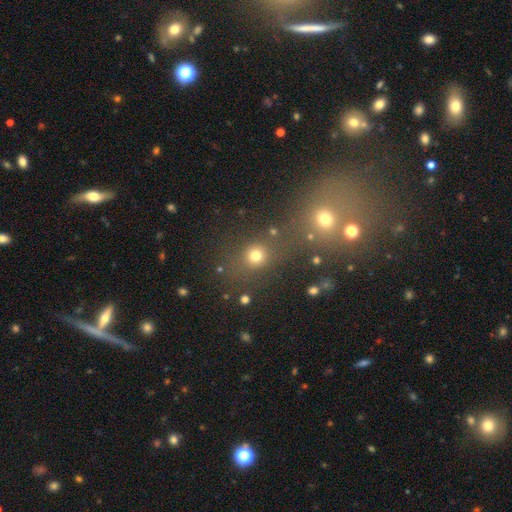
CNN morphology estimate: Smooth or featured?
  - smooth: 73% *
  - star or artifact: 19%
  - featured or disk: 8%
How rounded?
  - round: 81% *
  - in between: 17%
  - cigar-shaped: 2%
Merging?
  - none: 63% *
  - merger: 18%
  - minor disturbance: 10%
  - major disturbance: 8%